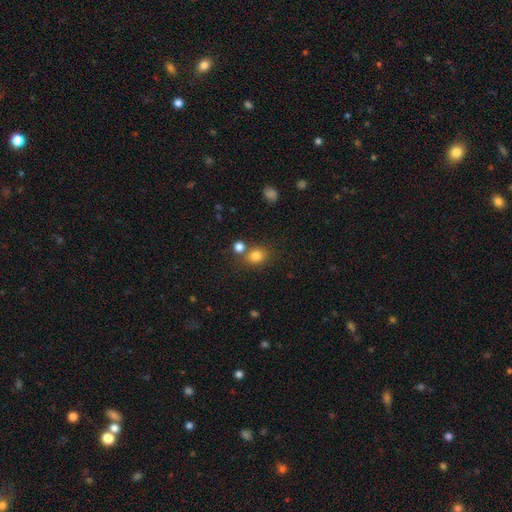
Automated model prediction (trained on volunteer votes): Smooth or featured?
  - smooth: 80% *
  - star or artifact: 13%
  - featured or disk: 7%
How rounded?
  - round: 69% *
  - in between: 30%
  - cigar-shaped: 1%
Merging?
  - none: 65% *
  - merger: 21%
  - minor disturbance: 11%
  - major disturbance: 4%